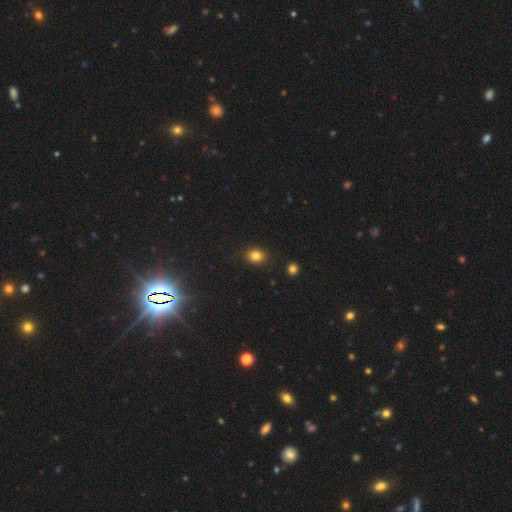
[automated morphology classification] smooth-or-featured: smooth: 82% | star or artifact: 12% | featured or disk: 6%
  how-rounded: in between: 53% | round: 46% | cigar-shaped: 1%
  merging: none: 87% | minor disturbance: 9% | major disturbance: 2% | merger: 2%